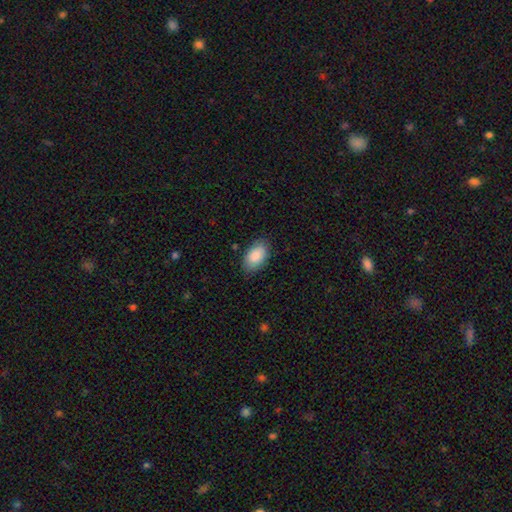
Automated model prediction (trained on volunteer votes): Q: Smooth or featured?
A: smooth (88%); runner-up: star or artifact (6%)
Q: How rounded?
A: in between (94%); runner-up: round (5%)
Q: Merging?
A: none (83%); runner-up: minor disturbance (13%)